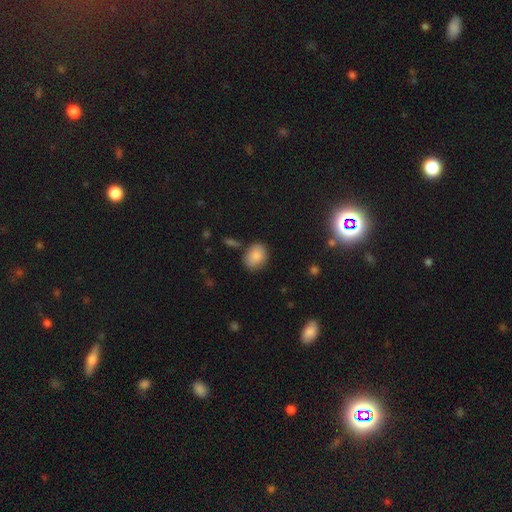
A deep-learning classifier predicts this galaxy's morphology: Smooth or featured? Predicted: smooth (p=0.87). How rounded? Predicted: in between (p=0.60). Merging? Predicted: none (p=0.78).